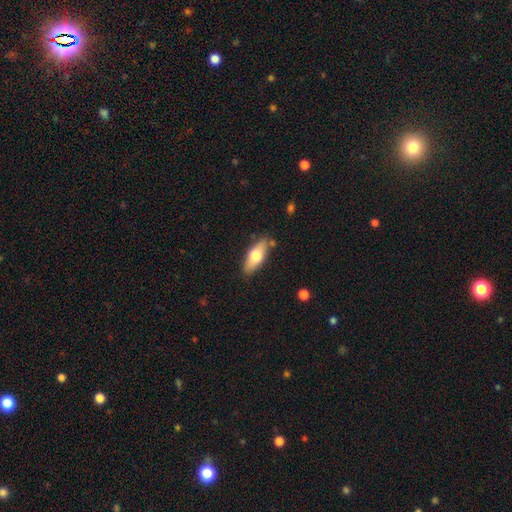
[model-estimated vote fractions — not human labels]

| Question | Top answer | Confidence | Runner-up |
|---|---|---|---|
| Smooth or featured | smooth | 63% | featured or disk (31%) |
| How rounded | in between | 70% | cigar-shaped (27%) |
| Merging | none | 81% | minor disturbance (13%) |